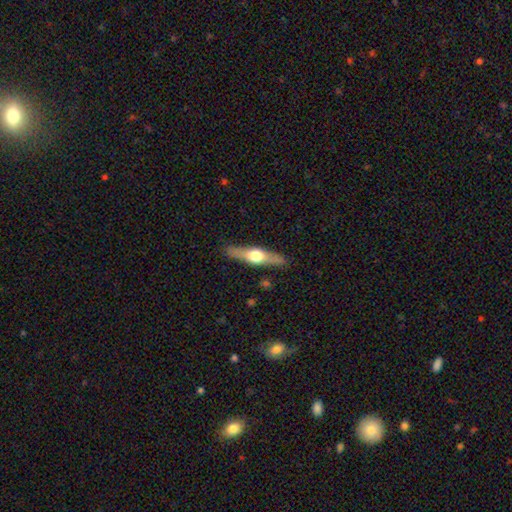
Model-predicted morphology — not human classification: Smooth or featured?
  - featured or disk: 62% *
  - smooth: 33%
  - star or artifact: 5%
Edge-on disk?
  - yes: 94% *
  - no: 6%
Edge-on bulge?
  - rounded: 95% *
  - boxy: 3%
  - none: 2%
Merging?
  - none: 88% *
  - minor disturbance: 9%
  - major disturbance: 2%
  - merger: 1%